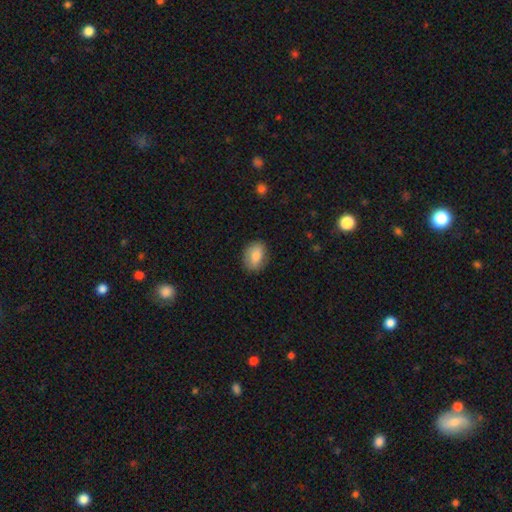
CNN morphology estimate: Q: Smooth or featured?
A: smooth (80%); runner-up: featured or disk (13%)
Q: How rounded?
A: in between (73%); runner-up: round (26%)
Q: Merging?
A: none (81%); runner-up: minor disturbance (14%)